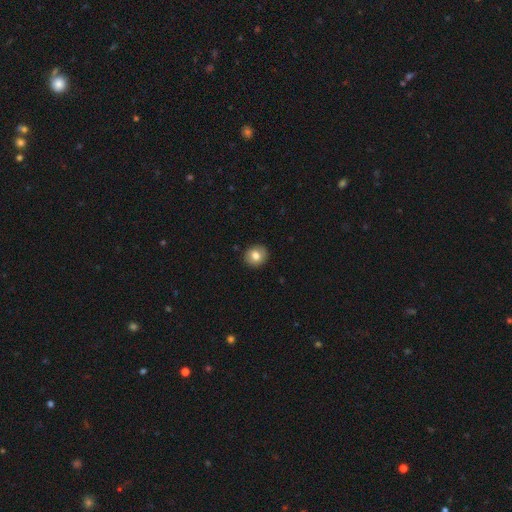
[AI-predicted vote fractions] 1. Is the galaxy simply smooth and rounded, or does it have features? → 80% smooth, 11% featured or disk, 9% star or artifact.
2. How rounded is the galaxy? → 85% round, 14% in between, 1% cigar-shaped.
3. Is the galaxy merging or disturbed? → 90% none, 8% minor disturbance, 2% major disturbance, 1% merger.